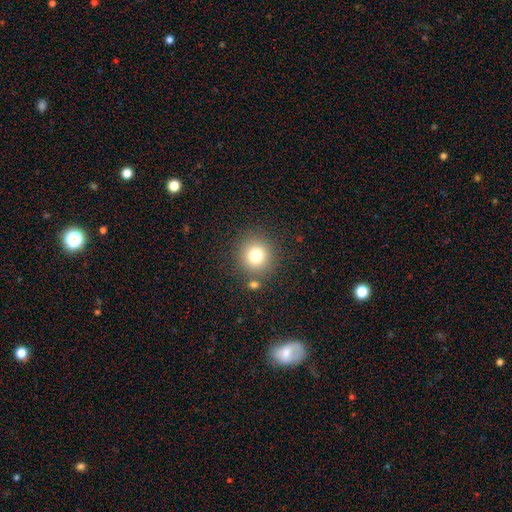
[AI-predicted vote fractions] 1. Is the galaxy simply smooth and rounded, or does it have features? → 78% smooth, 13% star or artifact, 9% featured or disk.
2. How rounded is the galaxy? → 92% round, 7% in between, 1% cigar-shaped.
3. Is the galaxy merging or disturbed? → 83% none, 8% minor disturbance, 6% merger, 3% major disturbance.